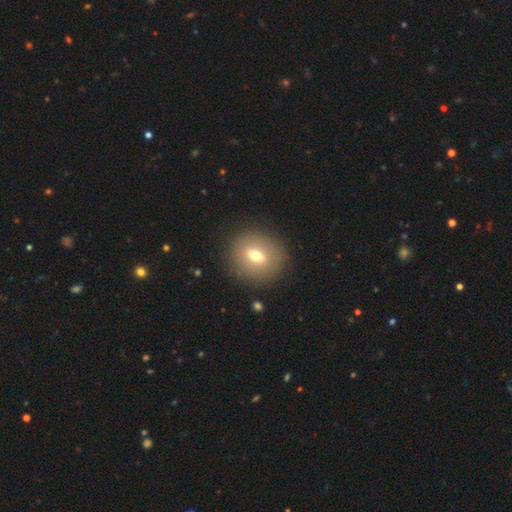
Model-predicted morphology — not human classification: Q: Smooth or featured?
A: smooth (64%); runner-up: featured or disk (25%)
Q: How rounded?
A: round (80%); runner-up: in between (18%)
Q: Merging?
A: none (87%); runner-up: minor disturbance (8%)